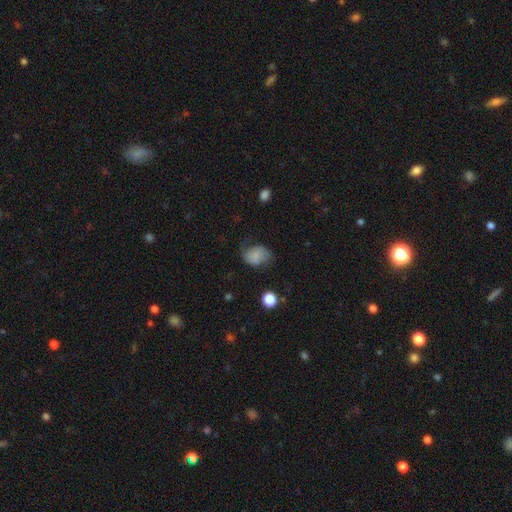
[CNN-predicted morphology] smooth-or-featured: smooth: 72% | featured or disk: 18% | star or artifact: 10%
  how-rounded: in between: 67% | round: 32% | cigar-shaped: 1%
  merging: none: 55% | minor disturbance: 30% | major disturbance: 13% | merger: 2%